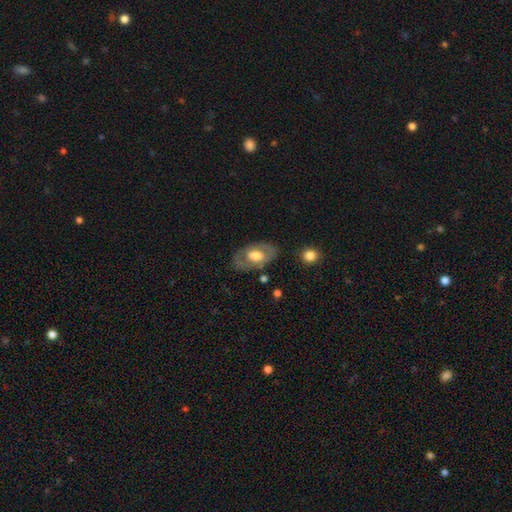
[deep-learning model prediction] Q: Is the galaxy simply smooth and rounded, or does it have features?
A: featured or disk — 48%.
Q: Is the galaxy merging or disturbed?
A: none — 74%.